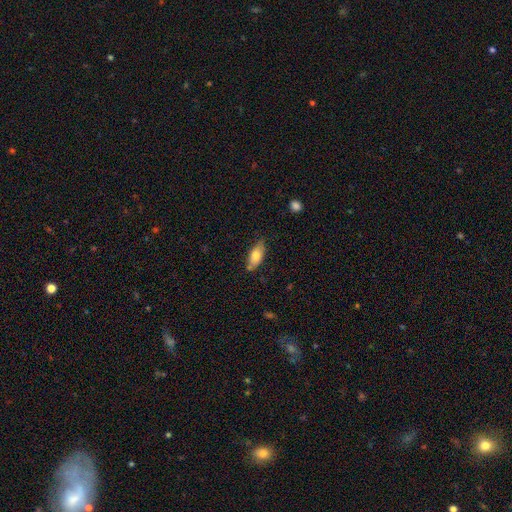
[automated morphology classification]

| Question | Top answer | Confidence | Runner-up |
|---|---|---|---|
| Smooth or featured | smooth | 72% | featured or disk (21%) |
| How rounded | in between | 82% | cigar-shaped (16%) |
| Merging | none | 67% | minor disturbance (24%) |